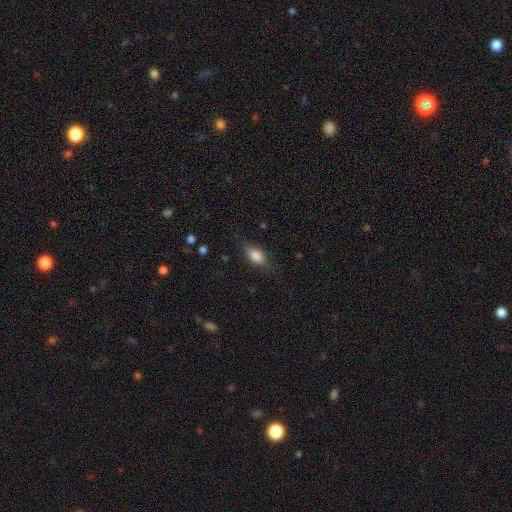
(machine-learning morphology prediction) This appears to be a smooth galaxy with no disk features (80%) that is in between round and cigar-shaped (83%). Merging: none (77%).